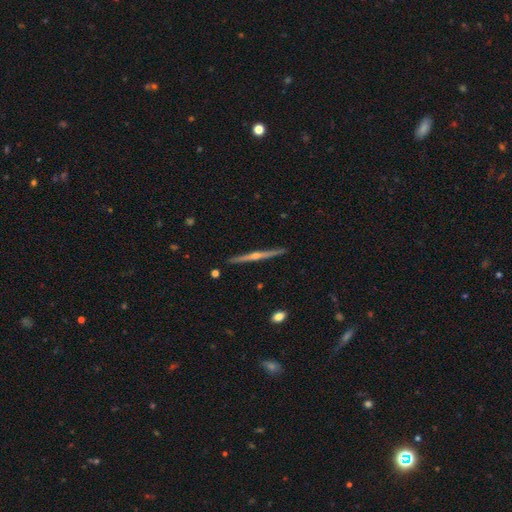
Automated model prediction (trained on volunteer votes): featured or disk 82%, smooth 12%, star or artifact 6%. Down the decision tree: edge-on disk — yes (98%); edge-on bulge — rounded (87%); merging — none (92%).